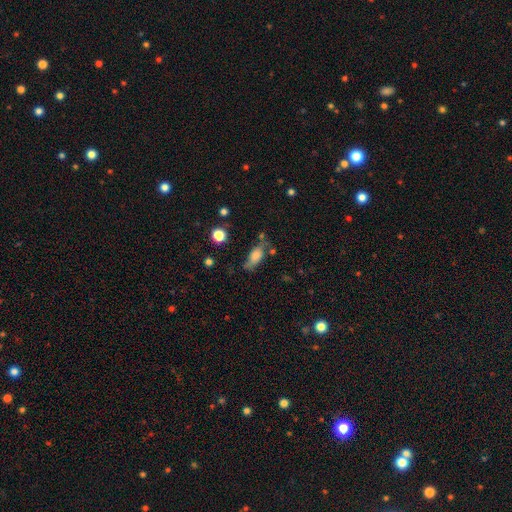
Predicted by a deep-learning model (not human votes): Q: Smooth or featured?
A: smooth (68%); runner-up: featured or disk (22%)
Q: How rounded?
A: in between (76%); runner-up: cigar-shaped (19%)
Q: Merging?
A: none (52%); runner-up: minor disturbance (28%)